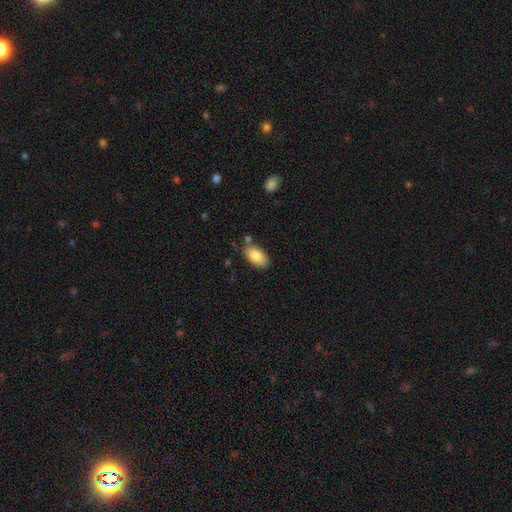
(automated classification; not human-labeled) smooth_or_featured: smooth (p=0.84) [alt: featured or disk p=0.10]
how_rounded: in between (p=0.94) [alt: round p=0.04]
merging: none (p=0.73) [alt: minor disturbance p=0.17]